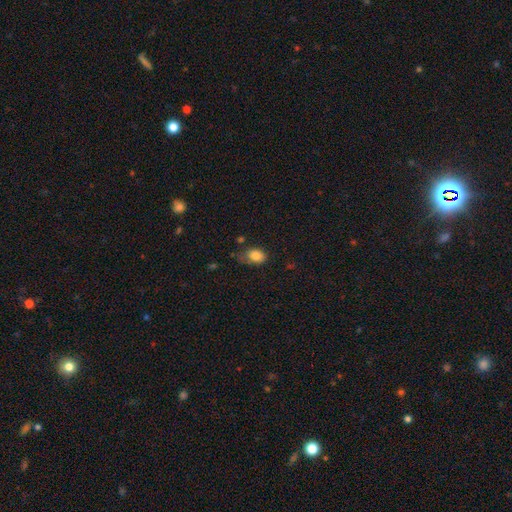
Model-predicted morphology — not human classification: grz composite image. It shows a smooth galaxy with no disk features (83%) that is in between round and cigar-shaped (83%). Merging: none (49%).